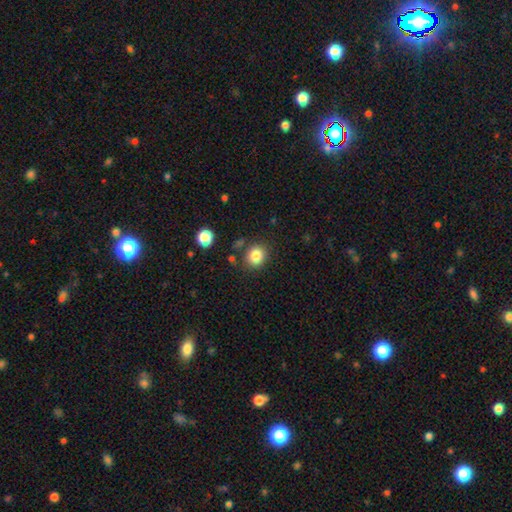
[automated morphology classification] smooth 84%, star or artifact 10%, featured or disk 6%. Down the decision tree: how rounded — round (75%); merging — none (82%).